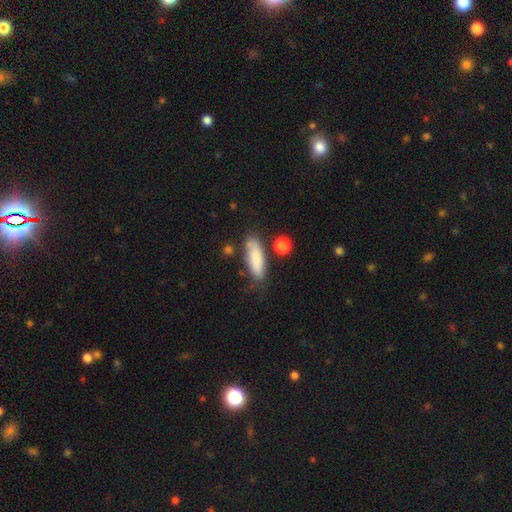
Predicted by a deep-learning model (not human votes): Smooth or featured? Predicted: smooth (p=0.83). How rounded? Predicted: in between (p=0.54). Merging? Predicted: none (p=0.71).